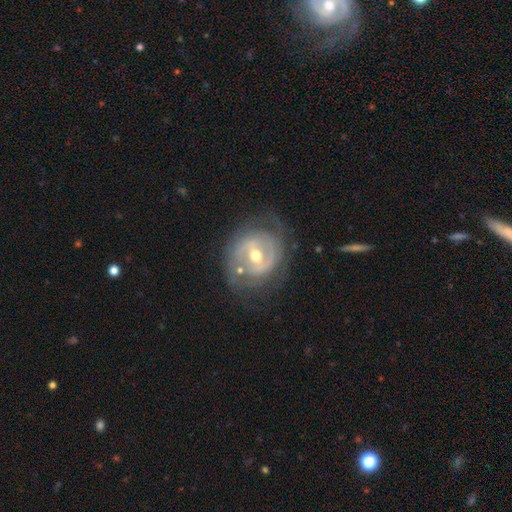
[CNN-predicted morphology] A featured or disk galaxy (79%) with a weak bar (44%), 2 (57%) tight (51%) spiral arms (71%) and a moderate central bulge (68%). Merging: none (66%).